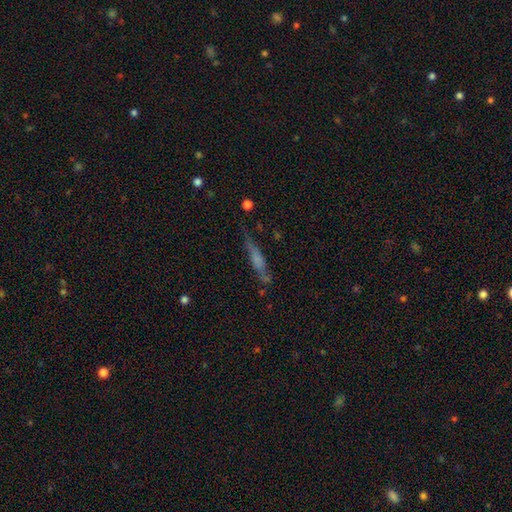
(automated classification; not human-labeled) Q: Smooth or featured?
A: featured or disk (50%); runner-up: smooth (38%)
Q: Merging?
A: none (67%); runner-up: minor disturbance (20%)